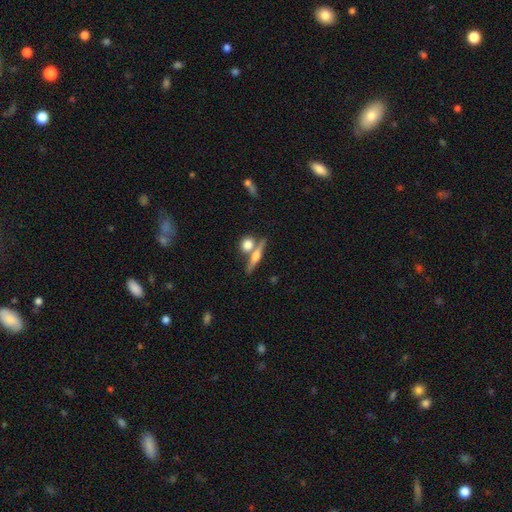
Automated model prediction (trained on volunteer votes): smooth-or-featured: featured or disk: 53% | smooth: 39% | star or artifact: 8%
  disk-edge-on: yes: 92% | no: 8%
  merging: none: 67% | merger: 21% | minor disturbance: 9% | major disturbance: 3%